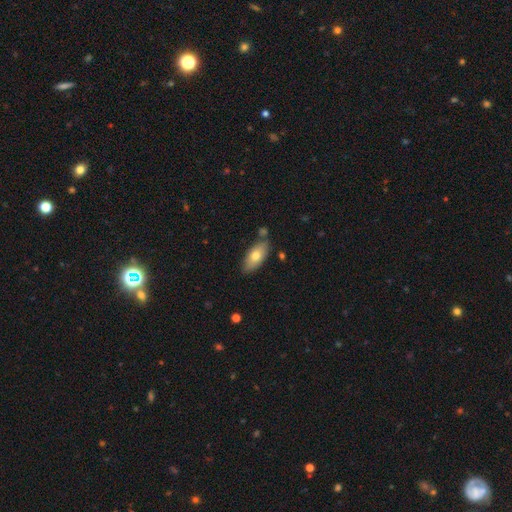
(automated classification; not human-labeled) smooth_or_featured: smooth (p=0.71) [alt: featured or disk p=0.22]
how_rounded: in between (p=0.87) [alt: cigar-shaped p=0.10]
merging: none (p=0.77) [alt: minor disturbance p=0.14]